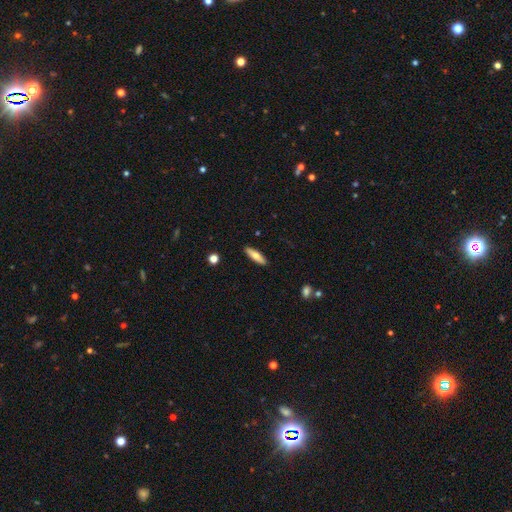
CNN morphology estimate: smooth_or_featured: smooth (p=0.64) [alt: featured or disk p=0.30]
how_rounded: cigar-shaped (p=0.66) [alt: in between p=0.32]
merging: none (p=0.90) [alt: minor disturbance p=0.07]